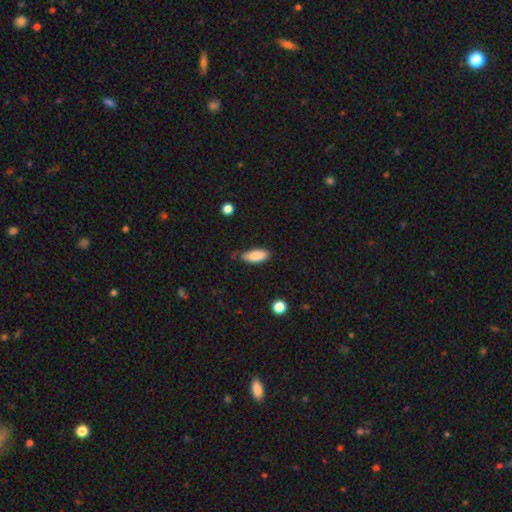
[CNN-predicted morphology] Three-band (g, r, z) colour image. It shows a smooth galaxy with no disk features (86%) that is in between round and cigar-shaped (80%). Merging: none (61%).